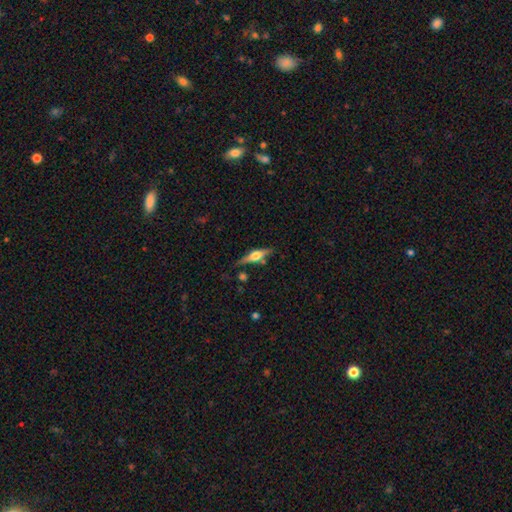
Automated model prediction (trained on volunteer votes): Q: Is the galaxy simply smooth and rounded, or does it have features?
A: featured or disk — 70%.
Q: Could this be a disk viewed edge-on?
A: yes — 96%.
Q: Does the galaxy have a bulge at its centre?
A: rounded — 91%.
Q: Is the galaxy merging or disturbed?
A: none — 79%.